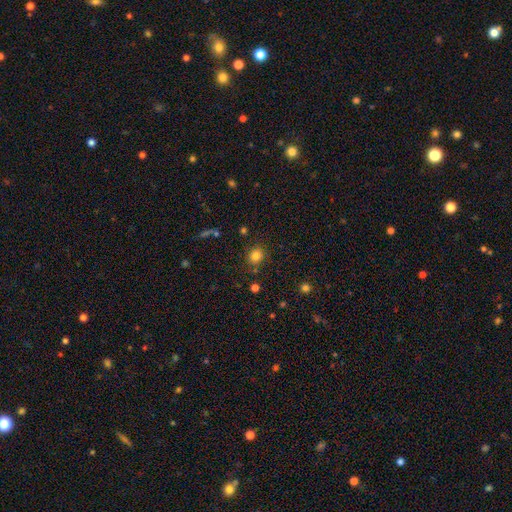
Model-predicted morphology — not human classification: Smooth or featured: smooth — 81% (star or artifact — 13%)
How rounded: round — 84% (in between — 15%)
Merging: none — 83% (minor disturbance — 10%)